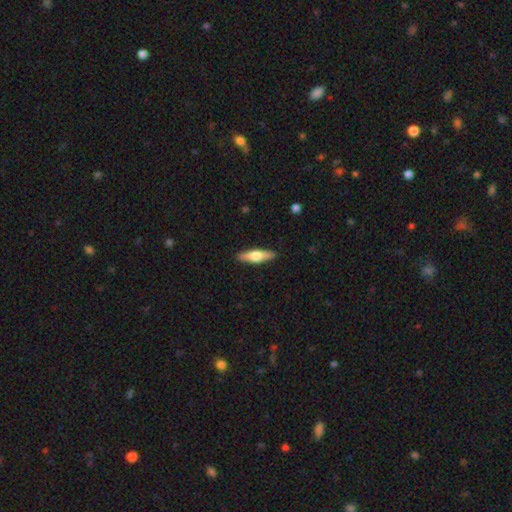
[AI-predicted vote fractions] A smooth galaxy with no disk features (47%, tied with featured or disk). Merging: none (90%).